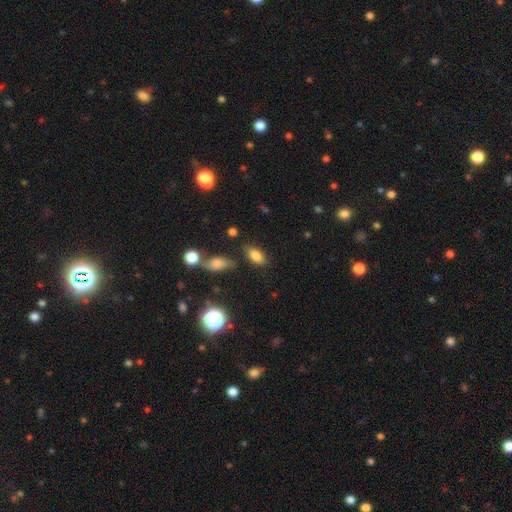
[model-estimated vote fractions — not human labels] A smooth galaxy with no disk features (80%) that is in between round and cigar-shaped (89%). Merging: none (76%).